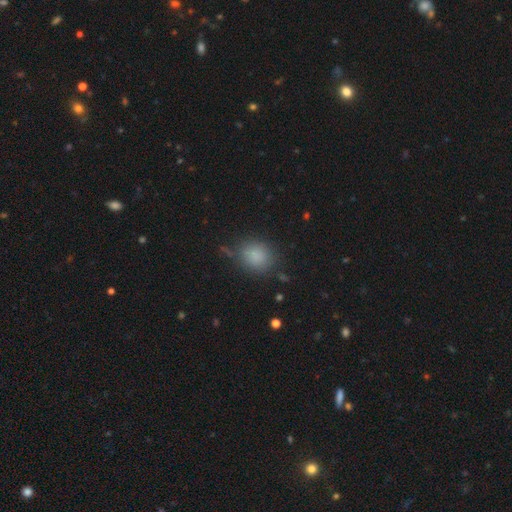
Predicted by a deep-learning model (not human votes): This appears to be a smooth galaxy with no disk features (84%) that is round (69%). Merging: none (76%).